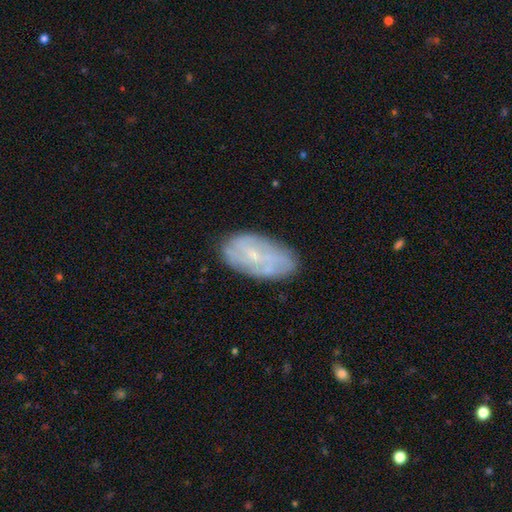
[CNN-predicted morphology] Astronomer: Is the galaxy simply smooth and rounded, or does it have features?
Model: featured or disk — 58% (runner-up: smooth, 33%).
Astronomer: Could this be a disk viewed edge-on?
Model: no — 94%.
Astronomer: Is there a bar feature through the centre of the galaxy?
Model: no — 61%.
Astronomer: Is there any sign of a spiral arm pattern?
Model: yes — 62% (runner-up: no, 38%).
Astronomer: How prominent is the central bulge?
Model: small — 74%.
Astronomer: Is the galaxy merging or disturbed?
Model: none — 73%.